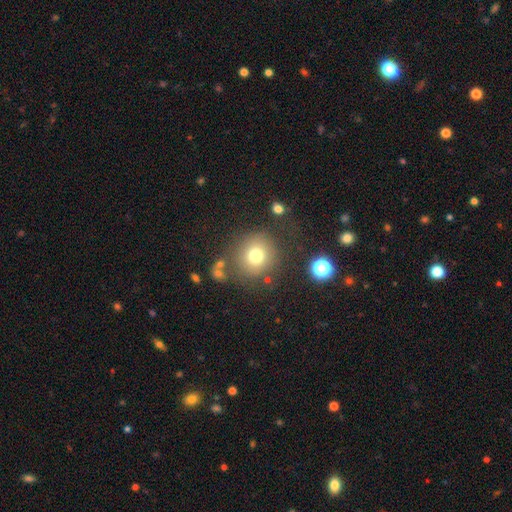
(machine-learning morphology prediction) A smooth galaxy with no disk features (75%) that is round (90%). Merging: none (76%).